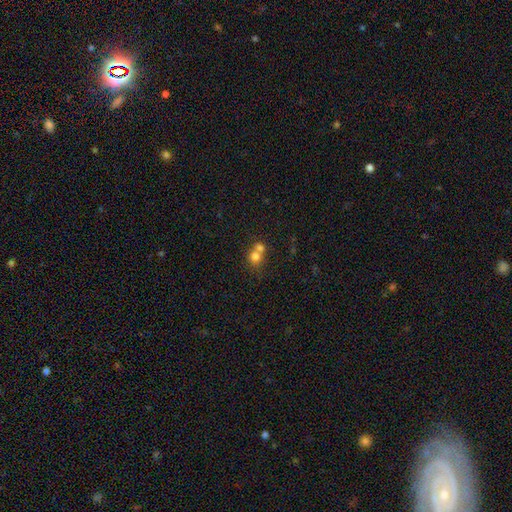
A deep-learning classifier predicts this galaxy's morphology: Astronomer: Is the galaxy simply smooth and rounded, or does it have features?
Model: smooth — 75%.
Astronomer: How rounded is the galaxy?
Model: round — 80%.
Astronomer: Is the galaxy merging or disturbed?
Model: merger — 59%.